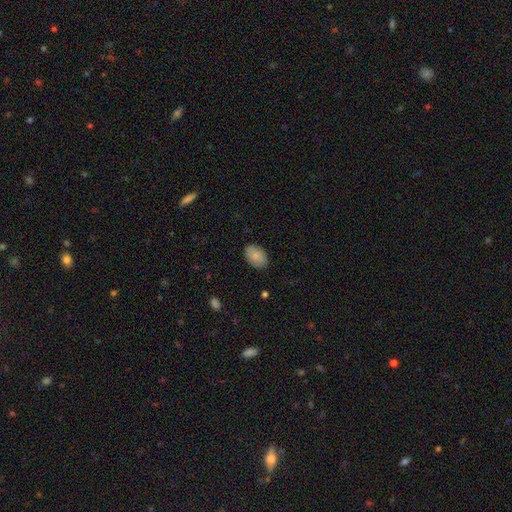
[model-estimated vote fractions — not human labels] The model was most divided on "smooth or featured": smooth: 80%, featured or disk: 13%, star or artifact: 7%. More confident: merging — none (85%); how rounded — in between (84%).